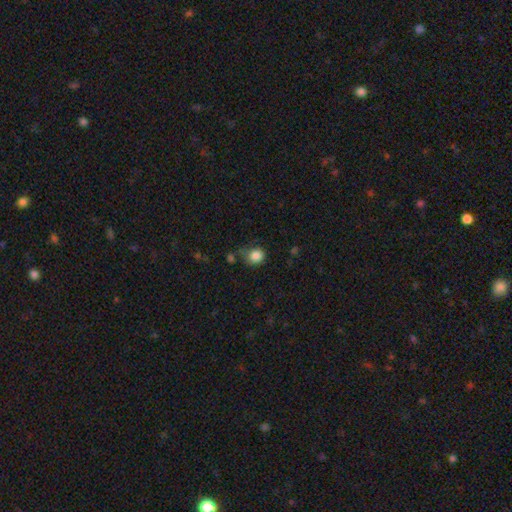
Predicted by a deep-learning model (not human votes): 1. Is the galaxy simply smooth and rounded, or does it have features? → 85% smooth, 10% star or artifact, 5% featured or disk.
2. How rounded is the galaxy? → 78% round, 21% in between, 1% cigar-shaped.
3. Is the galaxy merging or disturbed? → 64% none, 22% minor disturbance, 7% major disturbance, 7% merger.